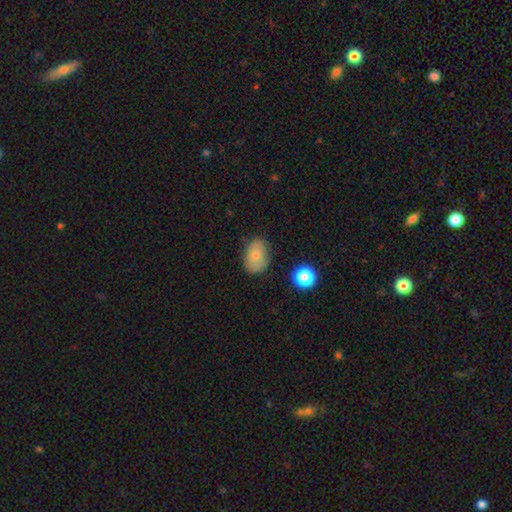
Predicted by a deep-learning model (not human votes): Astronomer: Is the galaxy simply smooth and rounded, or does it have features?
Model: smooth — 74%.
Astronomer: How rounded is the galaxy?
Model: in between — 77%.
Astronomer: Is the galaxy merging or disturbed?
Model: none — 76%.